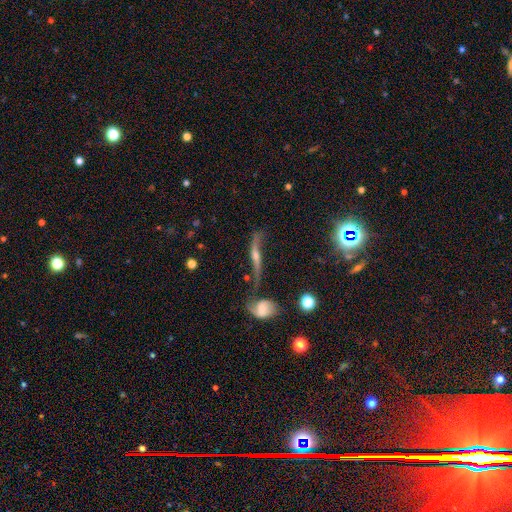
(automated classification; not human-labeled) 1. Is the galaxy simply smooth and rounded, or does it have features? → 71% featured or disk, 15% star or artifact, 14% smooth.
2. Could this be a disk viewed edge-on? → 64% yes, 36% no.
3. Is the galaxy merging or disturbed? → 58% none, 19% minor disturbance, 12% major disturbance, 11% merger.